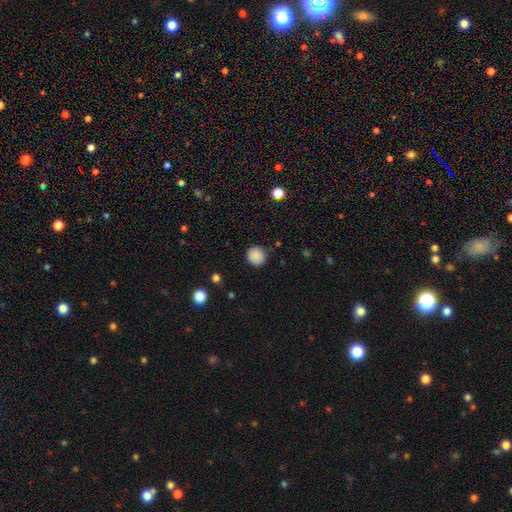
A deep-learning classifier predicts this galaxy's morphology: This is clearly a smooth galaxy (87%). How rounded: clearly round (92%). Merging: clearly none (85%).